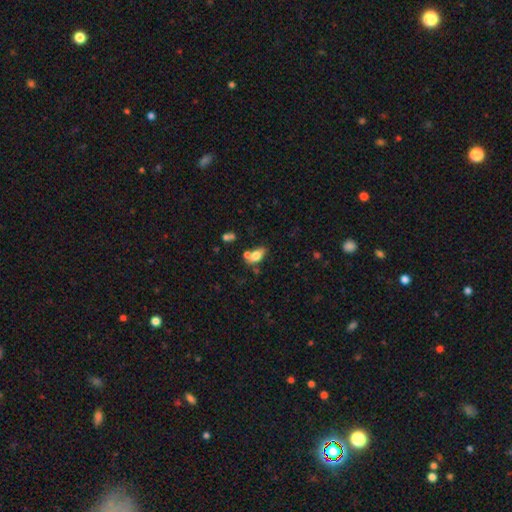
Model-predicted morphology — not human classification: This is likely a smooth galaxy (73%). How rounded: clearly in between (86%). Merging: marginally none (45%).